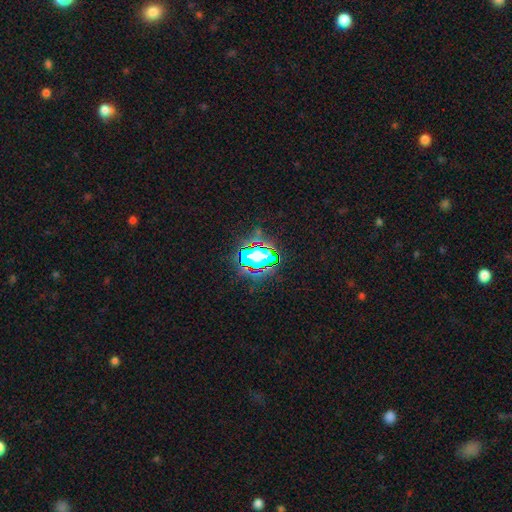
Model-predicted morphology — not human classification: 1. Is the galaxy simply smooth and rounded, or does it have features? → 53% star or artifact, 29% smooth, 18% featured or disk.